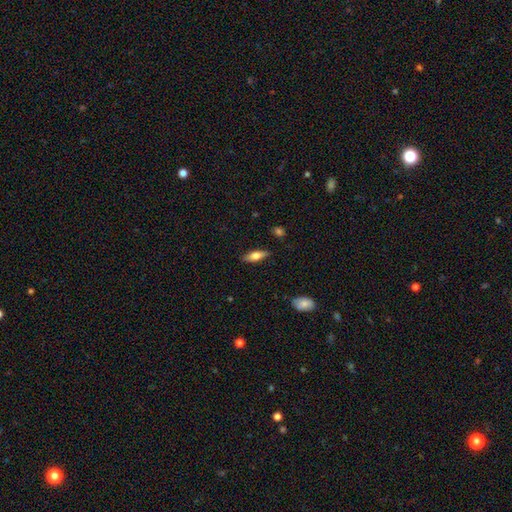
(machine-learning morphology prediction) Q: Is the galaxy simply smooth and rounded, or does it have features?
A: smooth — 64%.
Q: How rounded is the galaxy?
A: in between — 61%.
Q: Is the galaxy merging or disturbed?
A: none — 86%.